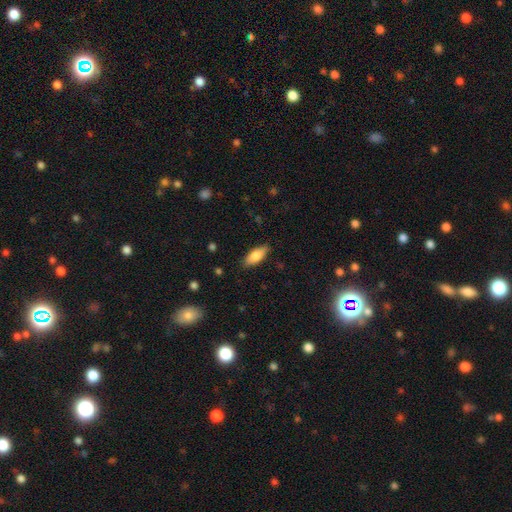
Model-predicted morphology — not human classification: A smooth galaxy with no disk features (81%) that is in between round and cigar-shaped (77%).

Vote fractions:
- Smooth or featured? smooth: 81% / featured or disk: 13% / star or artifact: 6%
- How rounded? in between: 77% / cigar-shaped: 20% / round: 2%
- Merging? none: 86% / minor disturbance: 11% / major disturbance: 2% / merger: 1%